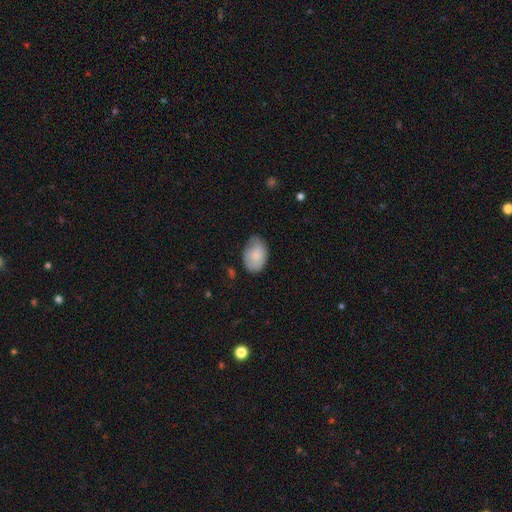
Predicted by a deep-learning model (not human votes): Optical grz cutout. It shows a smooth galaxy with no disk features (81%) that is in between round and cigar-shaped (87%). Merging: none (63%).